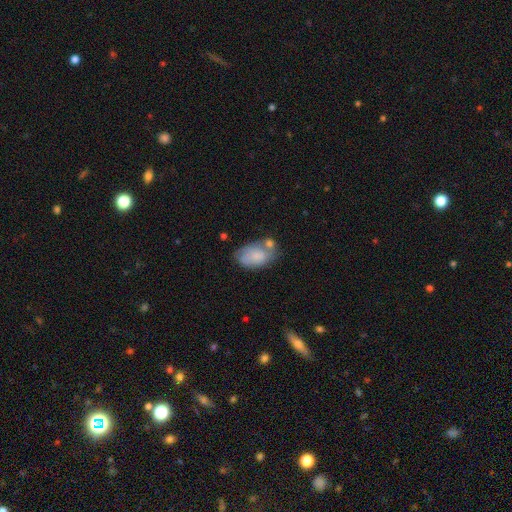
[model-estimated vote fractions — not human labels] Smooth or featured? smooth (73%)
How rounded? in between (91%)
Merging? none (42%)